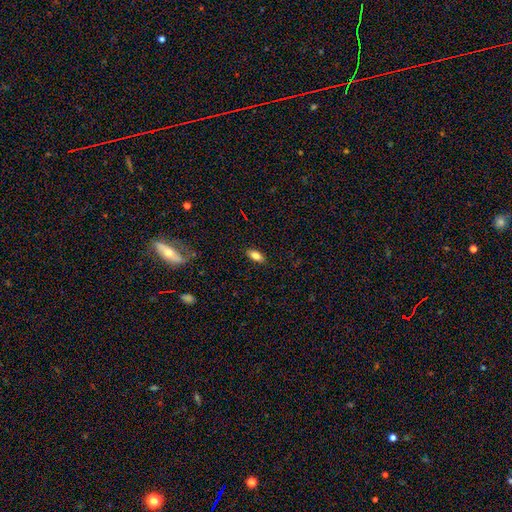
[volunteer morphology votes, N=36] This is clearly a smooth galaxy (89%). How rounded: clearly in between (91%). Merging: clearly none (81%).